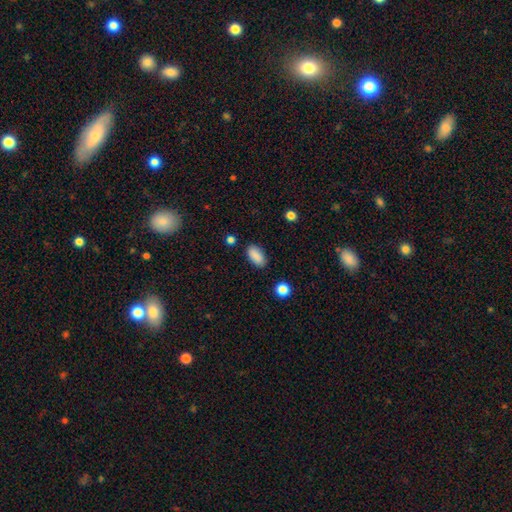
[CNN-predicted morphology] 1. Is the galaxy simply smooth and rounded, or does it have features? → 89% smooth, 8% star or artifact, 4% featured or disk.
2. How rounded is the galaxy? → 92% in between, 4% cigar-shaped, 3% round.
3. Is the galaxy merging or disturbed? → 85% none, 10% minor disturbance, 3% major disturbance, 2% merger.